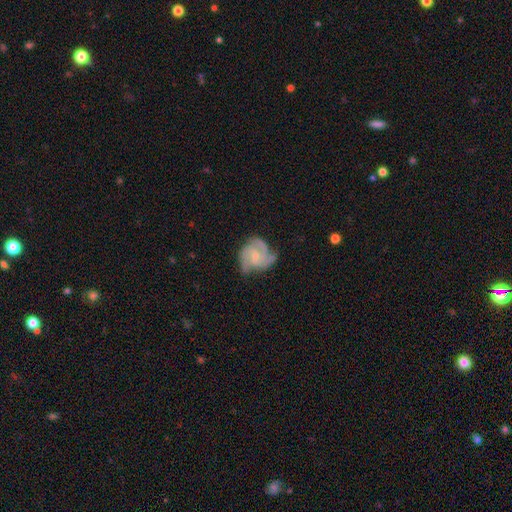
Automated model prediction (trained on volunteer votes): Overall: featured or disk (83%). Edge-on disk: no (98%). Bar: no (65%; weak 30%). Spiral arms: yes (96%). Spiral arm count: 3 (57%; 2 20%). Spiral winding: tight (46%; medium 44%). Bulge size: small (64%; moderate 30%). Merging: none (60%; minor disturbance 28%).